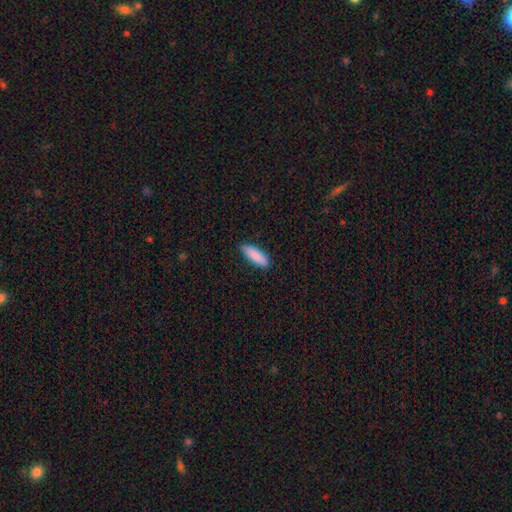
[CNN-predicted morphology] Overall: smooth (89%). How rounded: in between (51%; cigar-shaped 48%). Merging: none (86%).